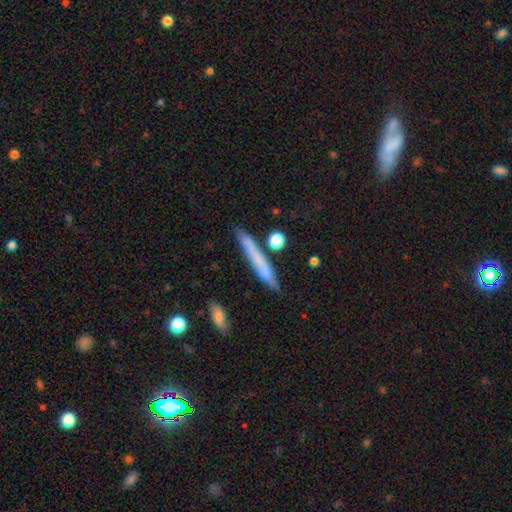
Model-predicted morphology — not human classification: Q: Smooth or featured?
A: smooth (59%); runner-up: featured or disk (33%)
Q: How rounded?
A: cigar-shaped (94%); runner-up: in between (4%)
Q: Merging?
A: none (79%); runner-up: minor disturbance (13%)